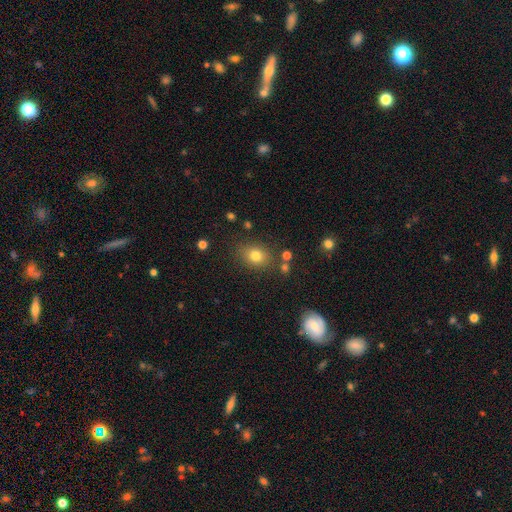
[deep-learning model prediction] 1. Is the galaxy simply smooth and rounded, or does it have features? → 78% smooth, 13% star or artifact, 9% featured or disk.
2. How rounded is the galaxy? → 50% round, 49% in between, 1% cigar-shaped.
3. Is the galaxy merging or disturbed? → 80% none, 12% minor disturbance, 4% merger, 4% major disturbance.